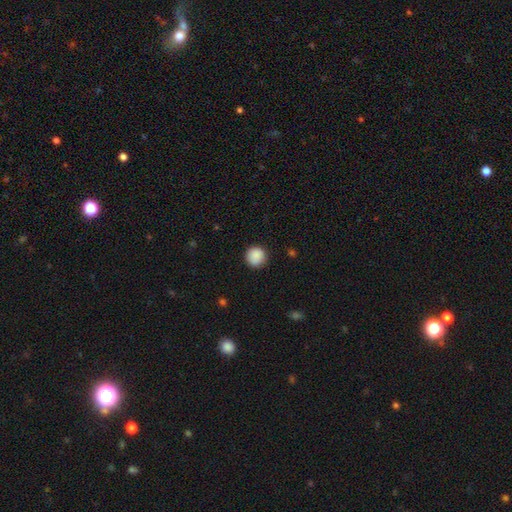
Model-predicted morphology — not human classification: Q: Smooth or featured?
A: smooth (89%); runner-up: star or artifact (8%)
Q: How rounded?
A: round (94%); runner-up: in between (5%)
Q: Merging?
A: none (88%); runner-up: minor disturbance (9%)